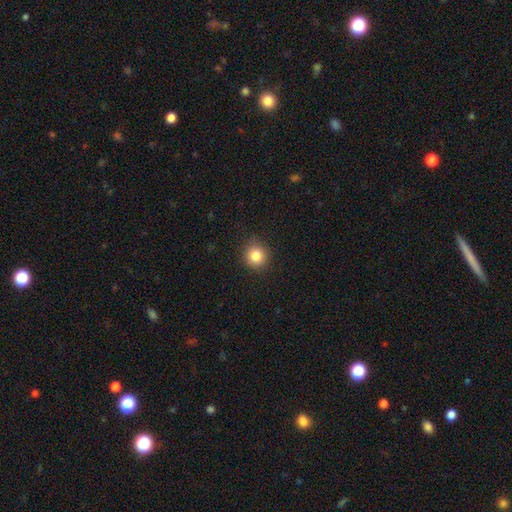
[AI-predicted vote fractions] This is clearly a smooth galaxy (83%). How rounded: clearly round (90%). Merging: clearly none (89%).